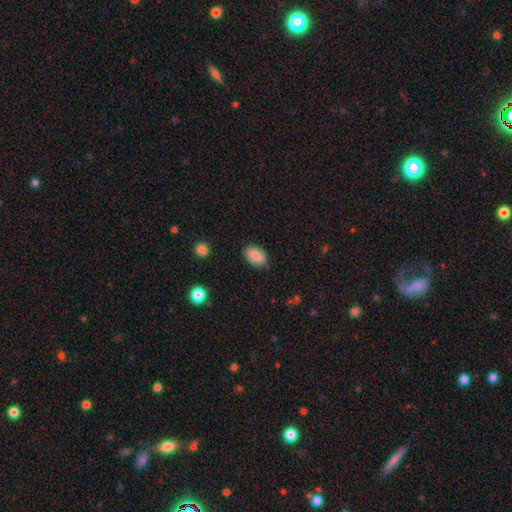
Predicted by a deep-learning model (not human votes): Q: Smooth or featured?
A: smooth (86%); runner-up: star or artifact (7%)
Q: How rounded?
A: in between (88%); runner-up: round (11%)
Q: Merging?
A: none (84%); runner-up: minor disturbance (12%)